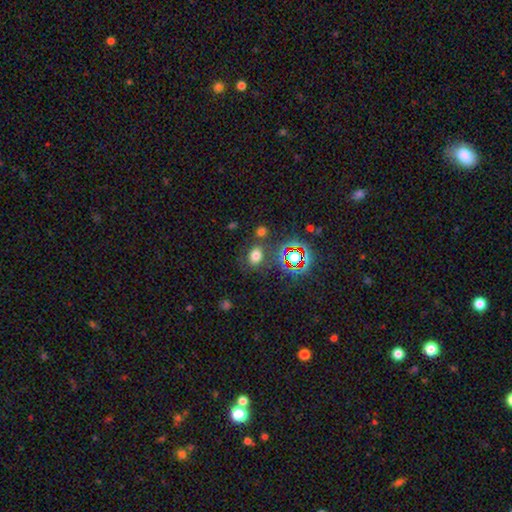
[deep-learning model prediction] Smooth or featured? smooth (68%)
How rounded? in between (61%)
Merging? none (73%)